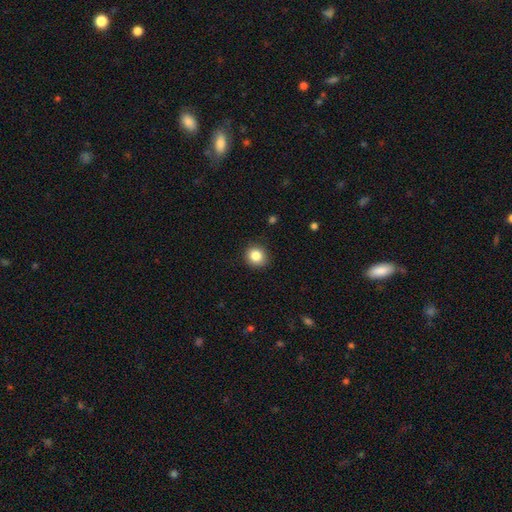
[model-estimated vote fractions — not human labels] Overall: smooth (85%). How rounded: round (87%). Merging: none (90%).